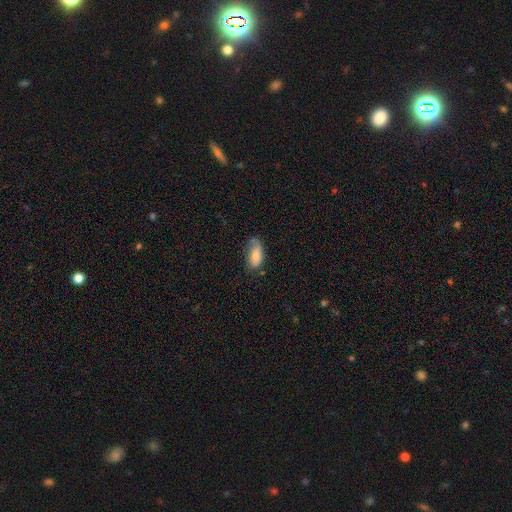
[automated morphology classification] Q: Smooth or featured?
A: smooth (76%); runner-up: featured or disk (17%)
Q: How rounded?
A: in between (89%); runner-up: cigar-shaped (8%)
Q: Merging?
A: none (48%); runner-up: minor disturbance (34%)